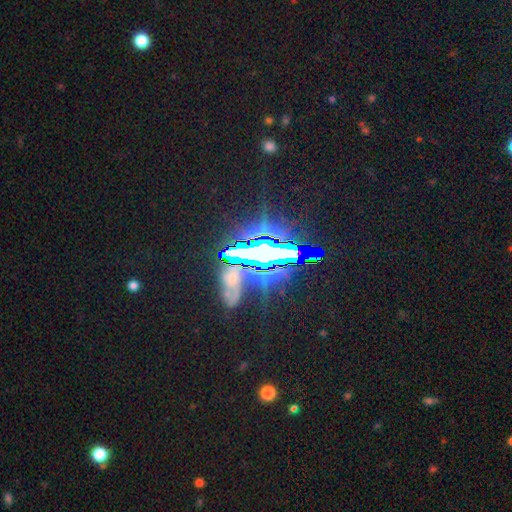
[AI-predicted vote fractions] This is likely a star or artifact rather than a galaxy (70%).